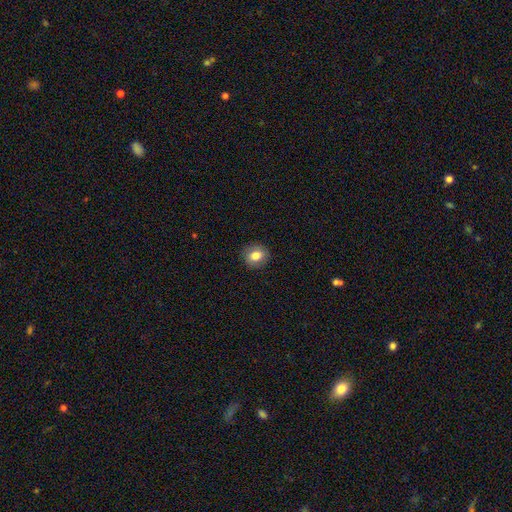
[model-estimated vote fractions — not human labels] Smooth or featured? Predicted: smooth (p=0.80). How rounded? Predicted: round (p=0.75). Merging? Predicted: none (p=0.89).